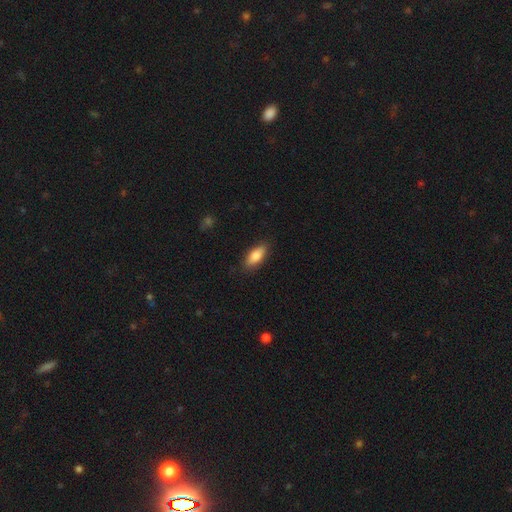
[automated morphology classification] The model was most divided on "how rounded": in between: 79%, cigar-shaped: 19%, round: 2%. More confident: merging — none (85%); smooth or featured — smooth (81%).